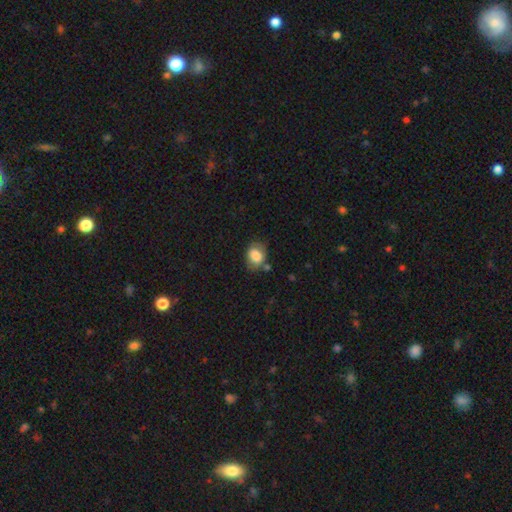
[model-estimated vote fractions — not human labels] Morphology: type=smooth (81%); roundness=in between (61%); merging=none (65%).